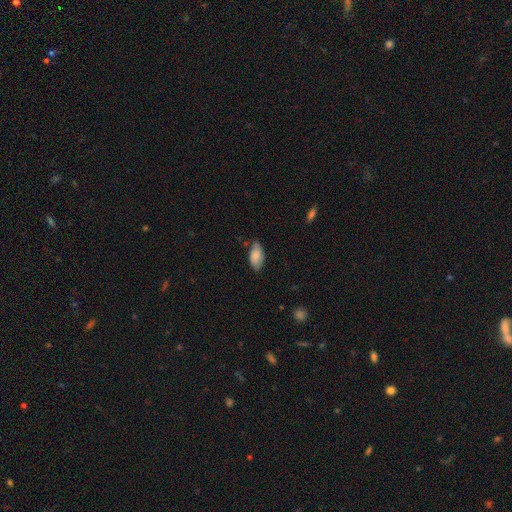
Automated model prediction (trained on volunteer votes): A smooth galaxy with no disk features (80%) that is in between round and cigar-shaped (93%).

Vote fractions:
- Smooth or featured? smooth: 80% / featured or disk: 13% / star or artifact: 7%
- How rounded? in between: 93% / cigar-shaped: 5% / round: 2%
- Merging? none: 71% / minor disturbance: 24% / major disturbance: 3% / merger: 2%